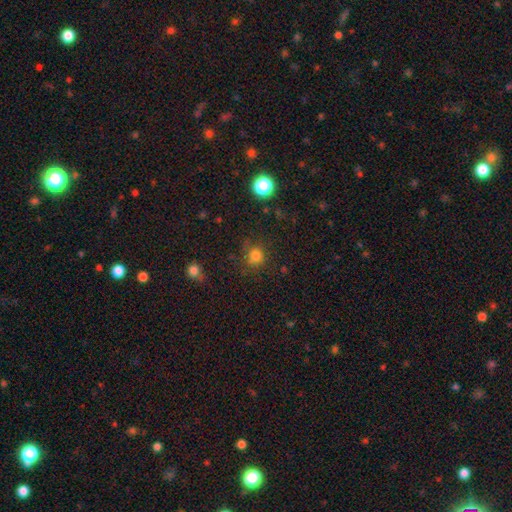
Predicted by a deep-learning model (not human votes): Smooth or featured: smooth — 77% (star or artifact — 17%)
How rounded: round — 86% (in between — 13%)
Merging: none — 77% (minor disturbance — 14%)